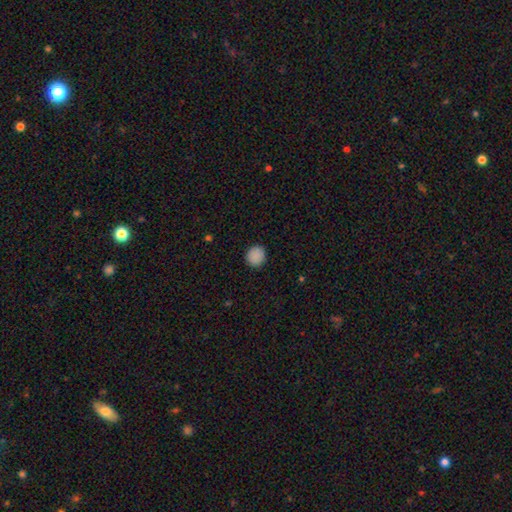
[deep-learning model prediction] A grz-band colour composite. It shows a smooth galaxy with no disk features (88%) that is round (85%). Merging: none (90%).